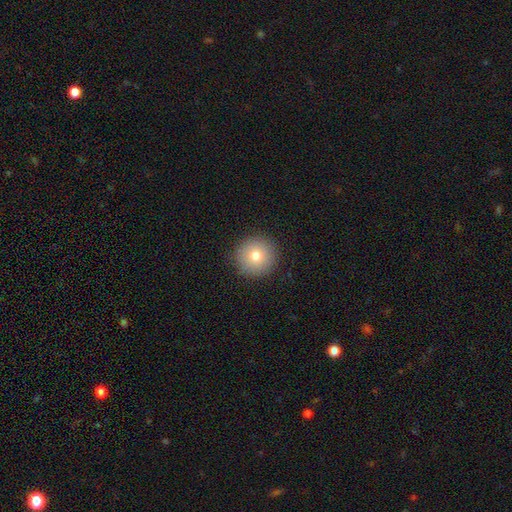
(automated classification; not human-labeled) smooth_or_featured: smooth (p=0.78) [alt: featured or disk p=0.11]
how_rounded: round (p=0.95) [alt: in between p=0.04]
merging: none (p=0.92) [alt: minor disturbance p=0.05]